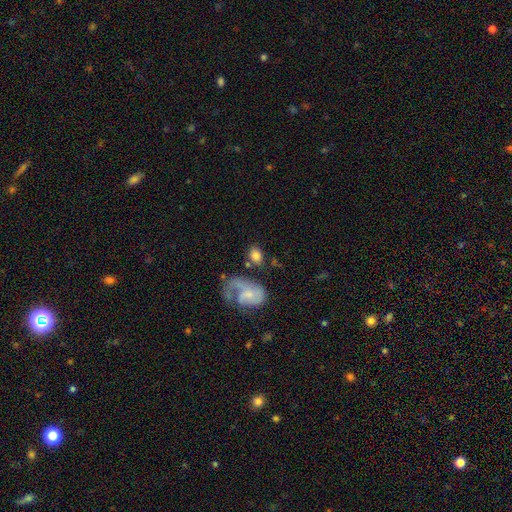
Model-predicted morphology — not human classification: Smooth or featured: smooth — 68% (featured or disk — 23%)
How rounded: in between — 68% (round — 30%)
Merging: none — 58% (minor disturbance — 16%)